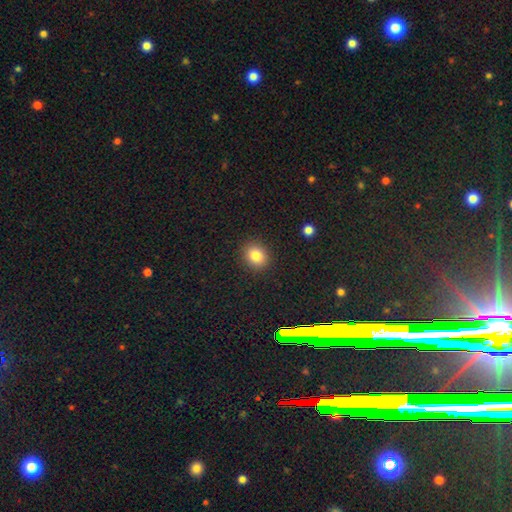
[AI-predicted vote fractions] This is clearly a smooth galaxy (83%). How rounded: likely round (68%). Merging: clearly none (90%).